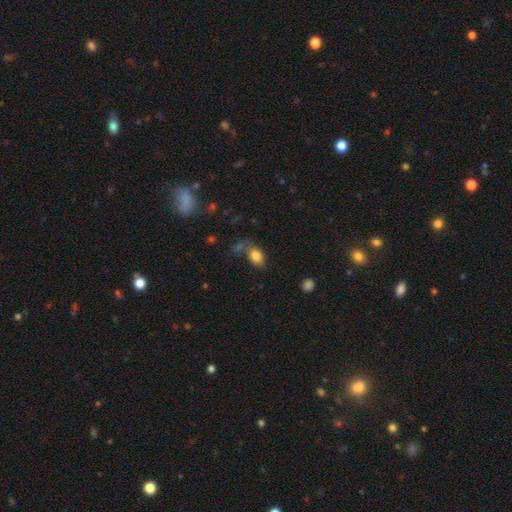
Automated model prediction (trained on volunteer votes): A smooth galaxy with no disk features (83%) that is in between round and cigar-shaped (87%). Merging: none (54%).